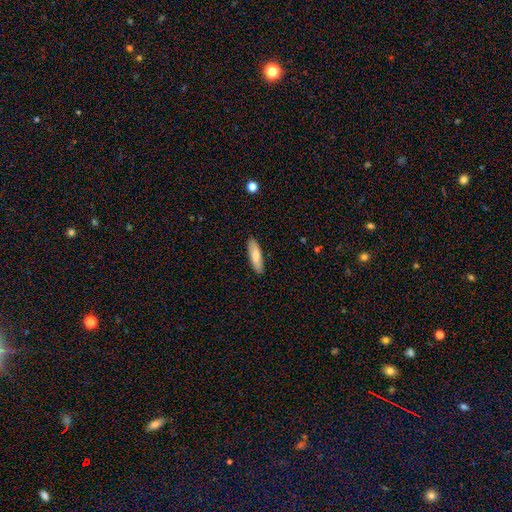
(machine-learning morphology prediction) smooth-or-featured: smooth: 79% | featured or disk: 16% | star or artifact: 6%
  how-rounded: cigar-shaped: 56% | in between: 42% | round: 2%
  merging: none: 89% | minor disturbance: 8% | major disturbance: 2% | merger: 1%